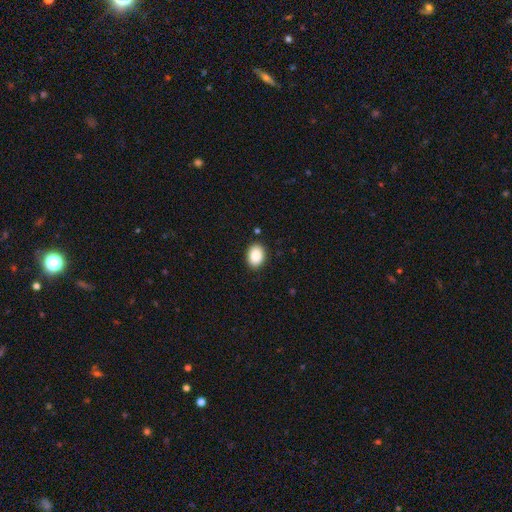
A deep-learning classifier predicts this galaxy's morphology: This appears to be a smooth galaxy with no disk features (87%) that is in between round and cigar-shaped (74%). Merging: none (90%).